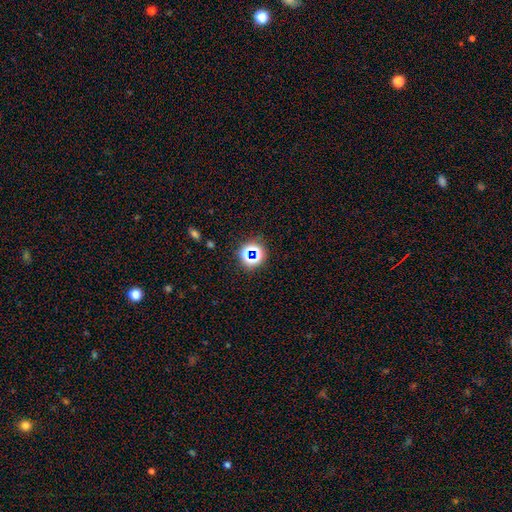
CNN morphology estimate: type=star or artifact (64%).